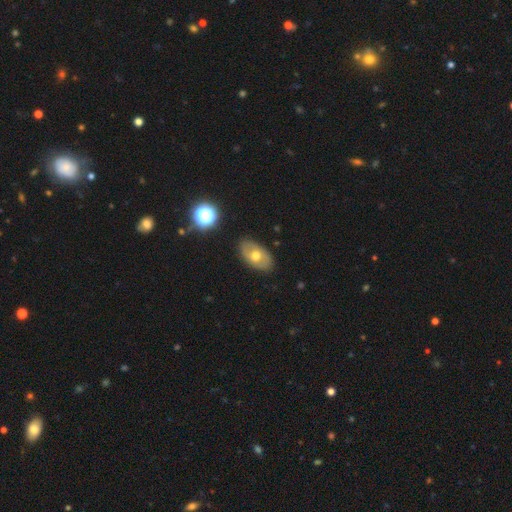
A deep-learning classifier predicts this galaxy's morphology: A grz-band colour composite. It shows a smooth galaxy with no disk features (51%) that is in between round and cigar-shaped (88%). Merging: none (83%).